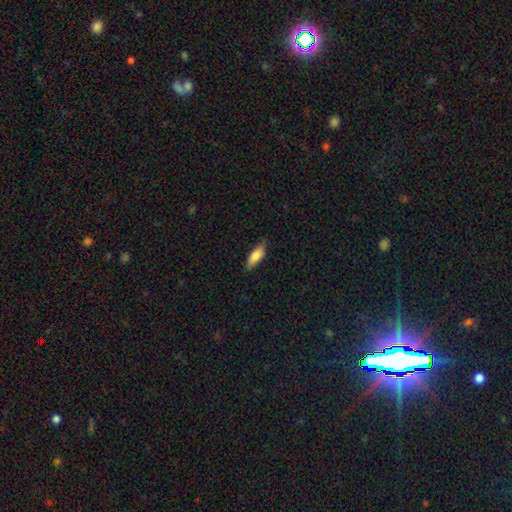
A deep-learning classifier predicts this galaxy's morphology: A smooth galaxy with no disk features (79%) that is in between round and cigar-shaped (61%). Merging: none (81%).